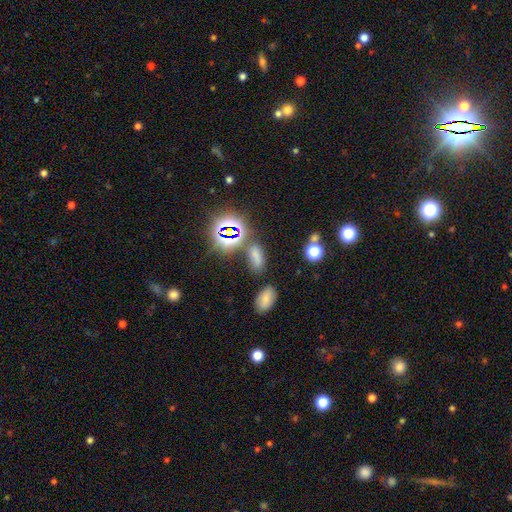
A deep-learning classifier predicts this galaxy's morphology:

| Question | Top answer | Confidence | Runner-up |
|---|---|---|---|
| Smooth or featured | smooth | 62% | star or artifact (30%) |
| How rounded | in between | 78% | cigar-shaped (14%) |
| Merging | none | 71% | minor disturbance (14%) |